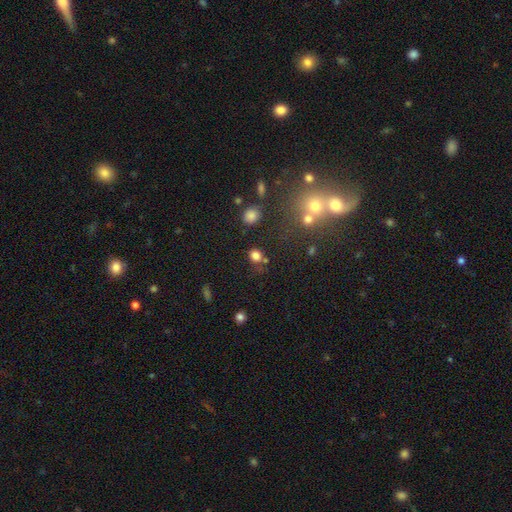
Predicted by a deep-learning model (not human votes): Smooth or featured?
  - smooth: 78% *
  - star or artifact: 17%
  - featured or disk: 6%
How rounded?
  - round: 69% *
  - in between: 29%
  - cigar-shaped: 1%
Merging?
  - none: 70% *
  - minor disturbance: 14%
  - merger: 10%
  - major disturbance: 6%